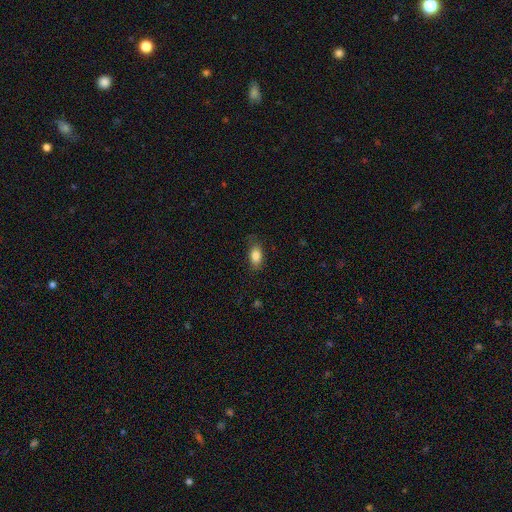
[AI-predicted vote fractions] Morphology: type=smooth (85%); roundness=in between (89%); merging=none (77%).